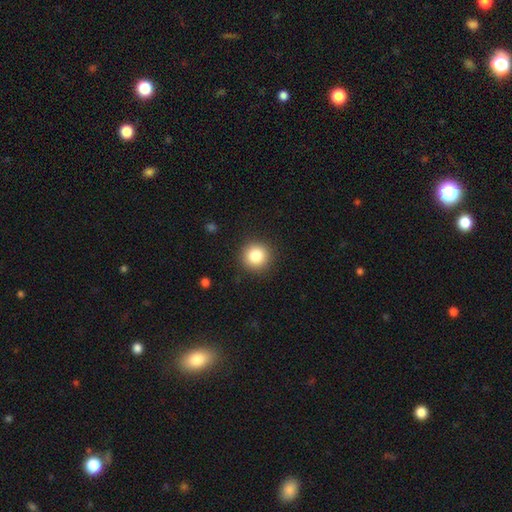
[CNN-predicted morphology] Smooth or featured?
  - smooth: 84% *
  - star or artifact: 10%
  - featured or disk: 6%
How rounded?
  - round: 94% *
  - in between: 5%
  - cigar-shaped: 1%
Merging?
  - none: 91% *
  - minor disturbance: 6%
  - major disturbance: 2%
  - merger: 1%